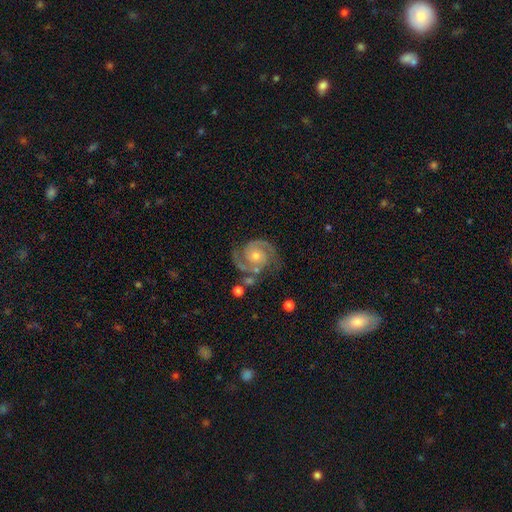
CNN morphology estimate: This appears to be a featured or disk galaxy (91%) with no bar (71%), 2 (92%) tight (49%) spiral arms (98%) and a moderate central bulge (48%). Merging: none (77%).